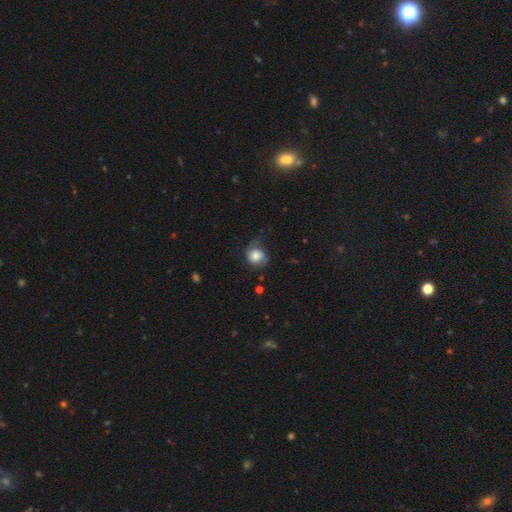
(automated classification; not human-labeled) A smooth galaxy with no disk features (67%) that is round (70%).

Vote fractions:
- Smooth or featured? smooth: 67% / featured or disk: 25% / star or artifact: 8%
- How rounded? round: 70% / in between: 29% / cigar-shaped: 1%
- Merging? none: 46% / minor disturbance: 33% / major disturbance: 19% / merger: 2%